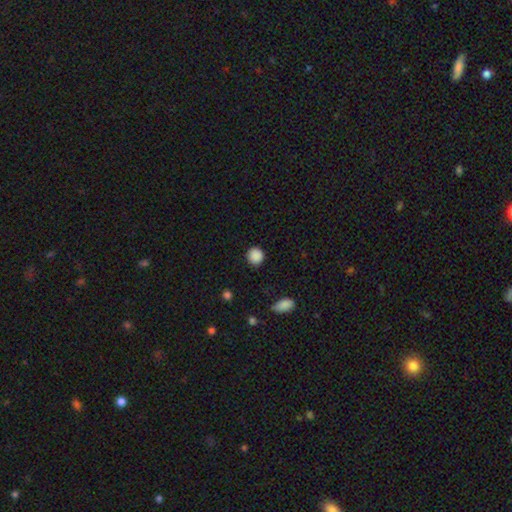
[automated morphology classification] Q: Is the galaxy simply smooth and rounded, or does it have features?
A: smooth — 88%.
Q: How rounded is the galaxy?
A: round — 90%.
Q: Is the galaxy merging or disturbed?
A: none — 89%.